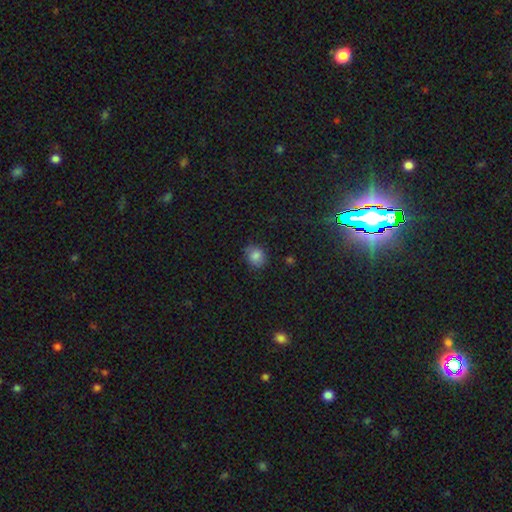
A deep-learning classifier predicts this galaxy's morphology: smooth 81%, star or artifact 12%, featured or disk 7%. Down the decision tree: how rounded — round (67%); merging — none (76%).